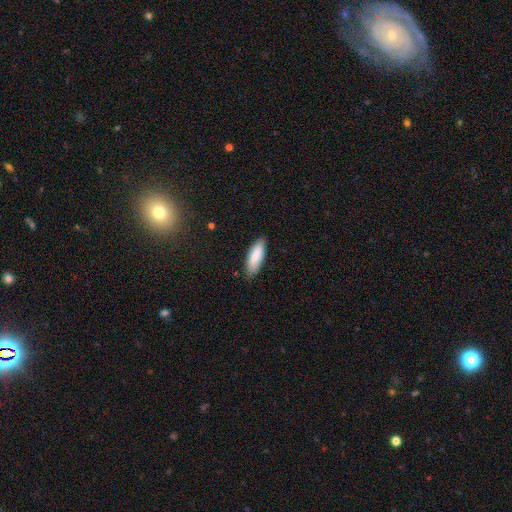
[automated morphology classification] Smooth or featured?
  - smooth: 82% *
  - featured or disk: 12%
  - star or artifact: 6%
How rounded?
  - in between: 65% *
  - cigar-shaped: 34%
  - round: 2%
Merging?
  - none: 83% *
  - minor disturbance: 14%
  - major disturbance: 2%
  - merger: 1%